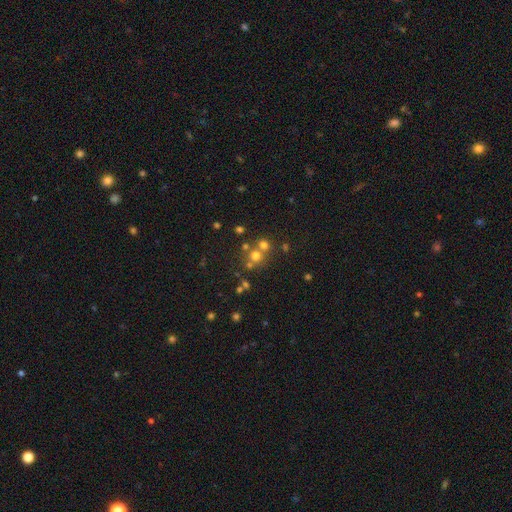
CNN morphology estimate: smooth-or-featured: smooth: 61% | star or artifact: 25% | featured or disk: 15%
  how-rounded: round: 89% | in between: 10% | cigar-shaped: 1%
  merging: none: 55% | merger: 35% | minor disturbance: 7% | major disturbance: 3%